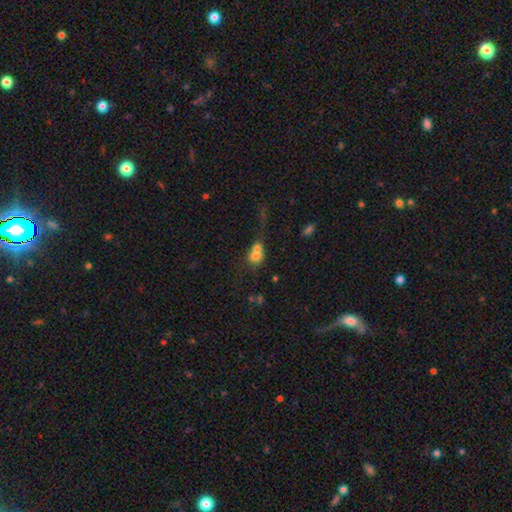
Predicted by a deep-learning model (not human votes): smooth_or_featured: smooth (p=0.64) [alt: featured or disk p=0.22]
how_rounded: round (p=0.52) [alt: in between p=0.45]
merging: merger (p=0.66) [alt: none p=0.18]